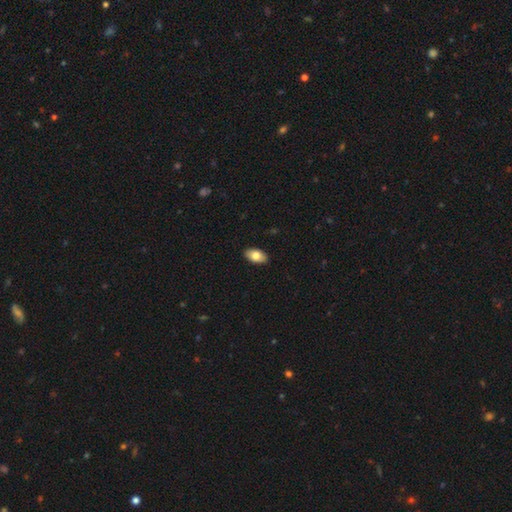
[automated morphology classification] This is likely a smooth galaxy (80%). How rounded: clearly in between (93%). Merging: clearly none (90%).